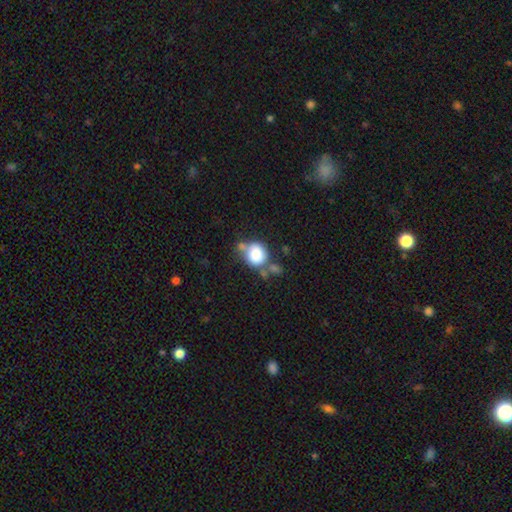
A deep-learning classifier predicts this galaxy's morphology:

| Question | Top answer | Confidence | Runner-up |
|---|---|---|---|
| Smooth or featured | smooth | 79% | featured or disk (12%) |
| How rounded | round | 71% | in between (28%) |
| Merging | none | 39% | merger (32%) |